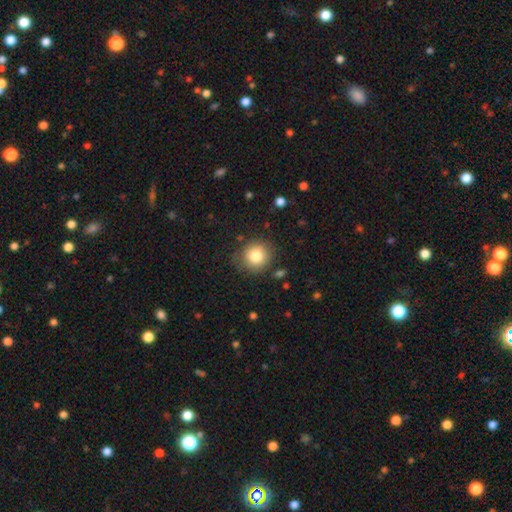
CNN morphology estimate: smooth 81%, star or artifact 10%, featured or disk 9%. Down the decision tree: how rounded — round (91%); merging — none (82%).